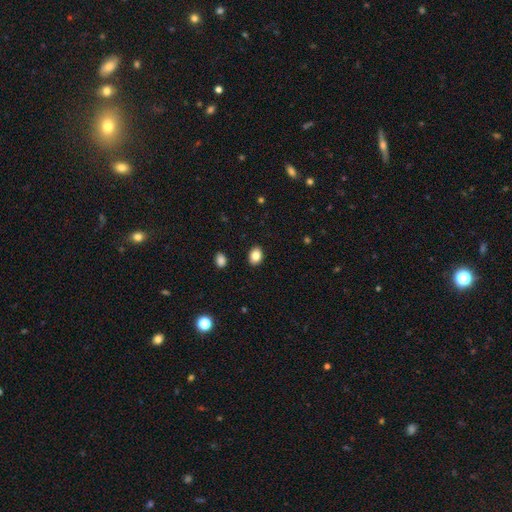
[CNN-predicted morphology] smooth_or_featured: smooth (p=0.85) [alt: star or artifact p=0.09]
how_rounded: in between (p=0.72) [alt: round p=0.27]
merging: none (p=0.89) [alt: minor disturbance p=0.08]